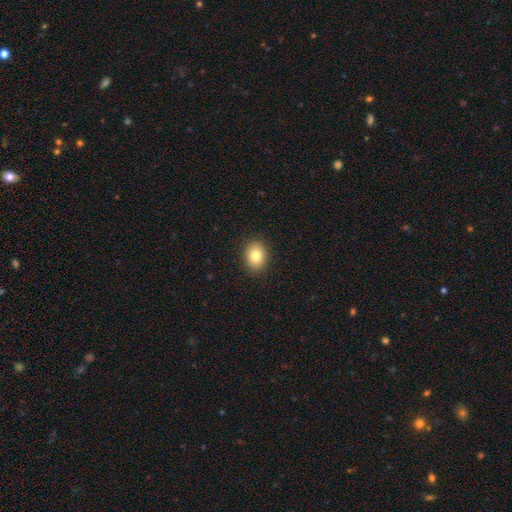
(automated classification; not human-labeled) Smooth or featured? smooth (82%)
How rounded? in between (51%)
Merging? none (90%)